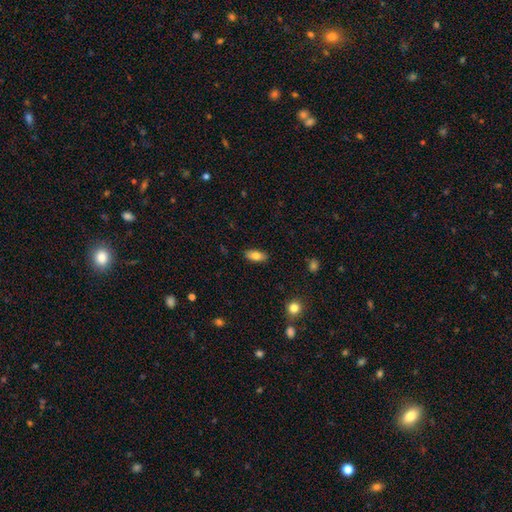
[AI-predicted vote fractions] smooth-or-featured: smooth: 79% | featured or disk: 13% | star or artifact: 8%
  how-rounded: in between: 86% | cigar-shaped: 11% | round: 3%
  merging: none: 88% | minor disturbance: 9% | major disturbance: 2% | merger: 1%